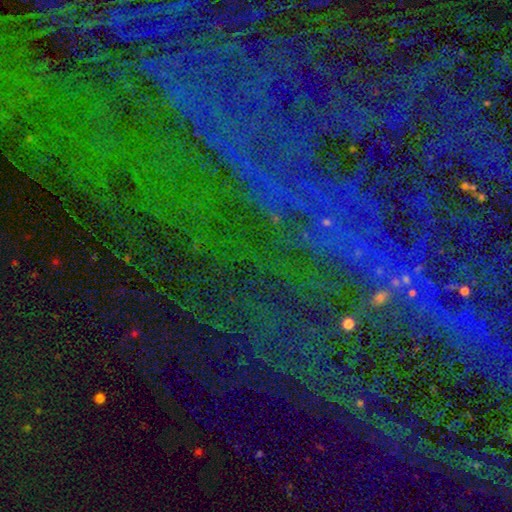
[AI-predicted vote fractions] star or artifact 80%, featured or disk 10%, smooth 10%.